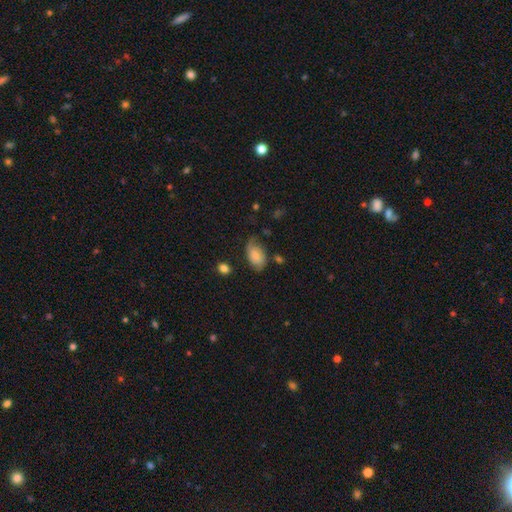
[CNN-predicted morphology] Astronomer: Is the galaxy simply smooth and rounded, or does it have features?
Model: smooth — 59%.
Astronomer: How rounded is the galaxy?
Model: in between — 90%.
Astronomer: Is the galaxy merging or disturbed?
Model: none — 49% (runner-up: minor disturbance, 32%).